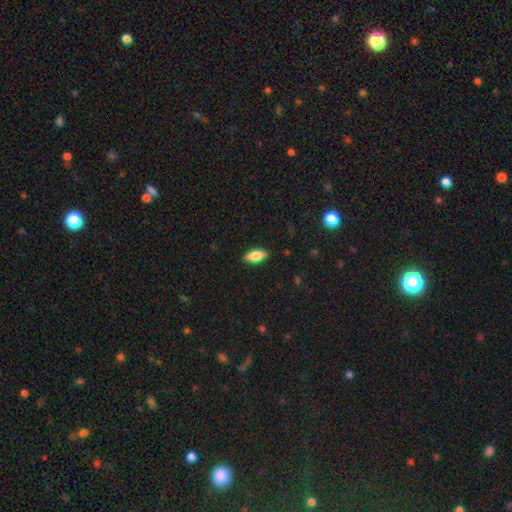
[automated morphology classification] Smooth or featured? smooth (78%)
How rounded? in between (84%)
Merging? none (88%)